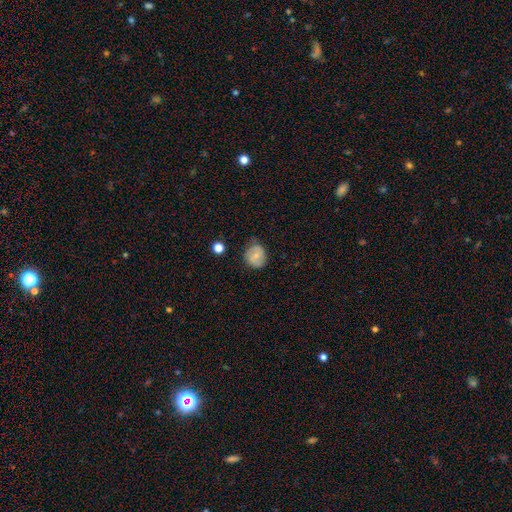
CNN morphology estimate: The model was most divided on "smooth or featured": smooth: 62%, featured or disk: 30%, star or artifact: 8%. More confident: how rounded — round (76%); merging — none (71%).